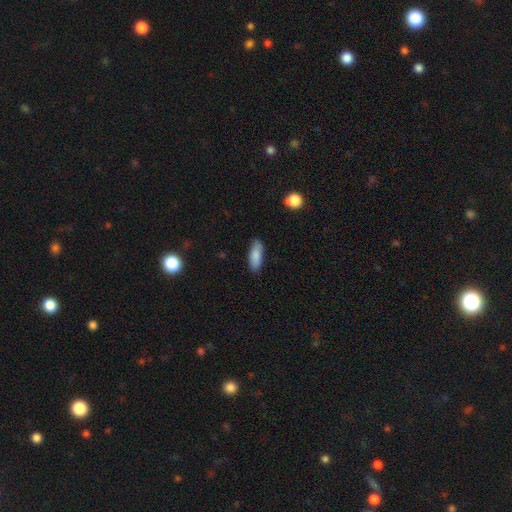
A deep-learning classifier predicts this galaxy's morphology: Smooth or featured? Predicted: smooth (p=0.86). How rounded? Predicted: in between (p=0.69). Merging? Predicted: none (p=0.83).